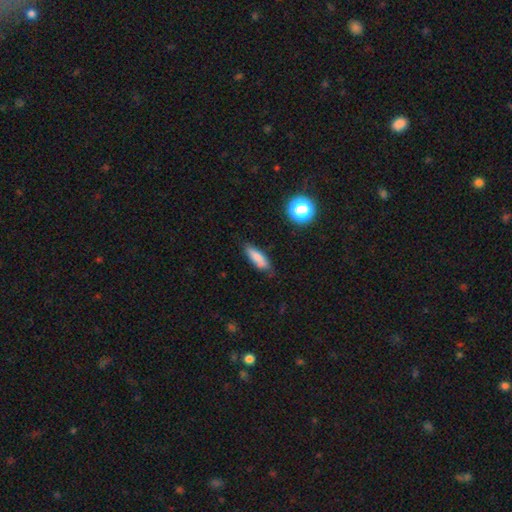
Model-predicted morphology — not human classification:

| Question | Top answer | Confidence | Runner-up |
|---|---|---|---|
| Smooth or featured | smooth | 79% | featured or disk (12%) |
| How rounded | in between | 50% | cigar-shaped (47%) |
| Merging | none | 71% | minor disturbance (22%) |